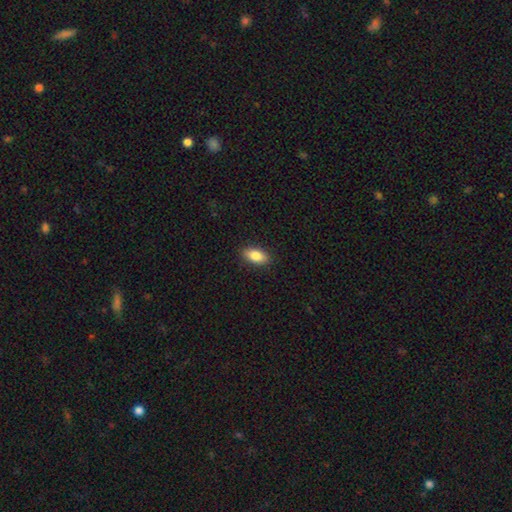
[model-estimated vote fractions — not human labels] Q: Smooth or featured?
A: smooth (84%); runner-up: featured or disk (9%)
Q: How rounded?
A: in between (88%); runner-up: cigar-shaped (8%)
Q: Merging?
A: none (89%); runner-up: minor disturbance (8%)